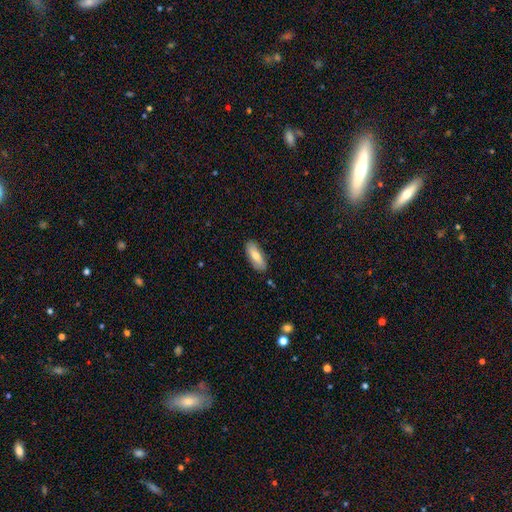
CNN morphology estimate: Overall: smooth (72%). How rounded: in between (73%). Merging: none (84%).